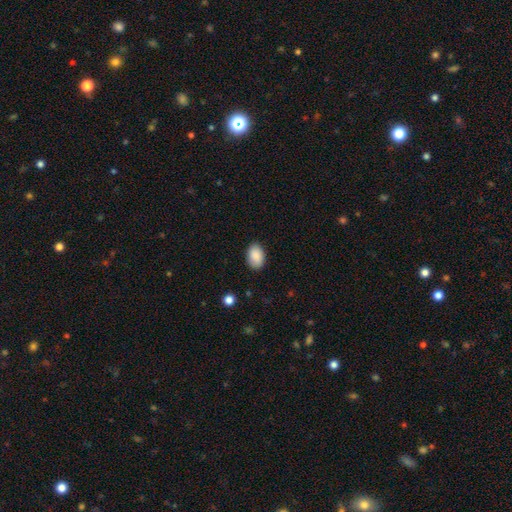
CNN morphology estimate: Smooth or featured: smooth — 89% (star or artifact — 7%)
How rounded: in between — 89% (round — 10%)
Merging: none — 86% (minor disturbance — 10%)